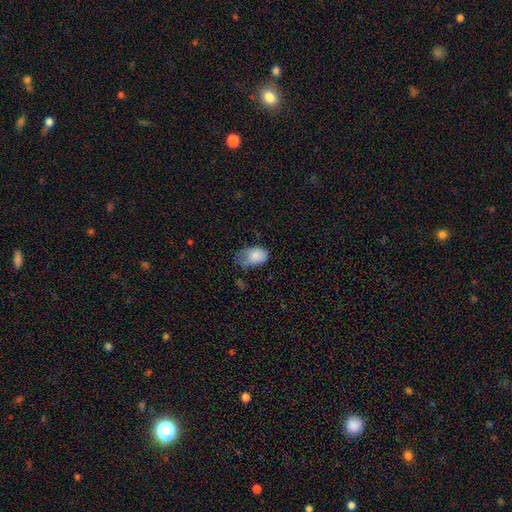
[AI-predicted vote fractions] Smooth or featured? smooth (77%)
How rounded? in between (82%)
Merging? minor disturbance (39%)